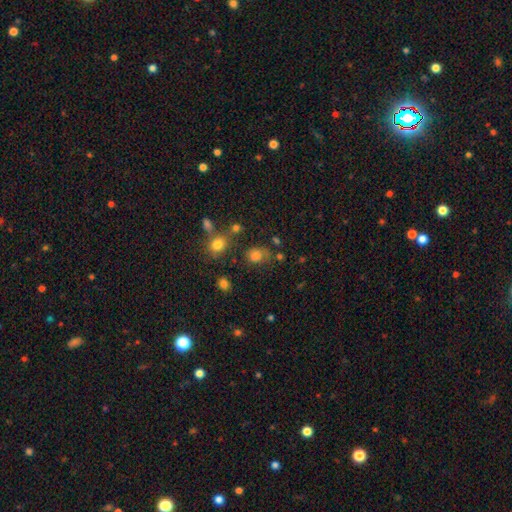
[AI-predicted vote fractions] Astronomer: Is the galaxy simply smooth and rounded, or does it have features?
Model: smooth — 71%.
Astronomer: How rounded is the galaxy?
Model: round — 53% (runner-up: in between, 46%).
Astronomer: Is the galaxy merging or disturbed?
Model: none — 50%.